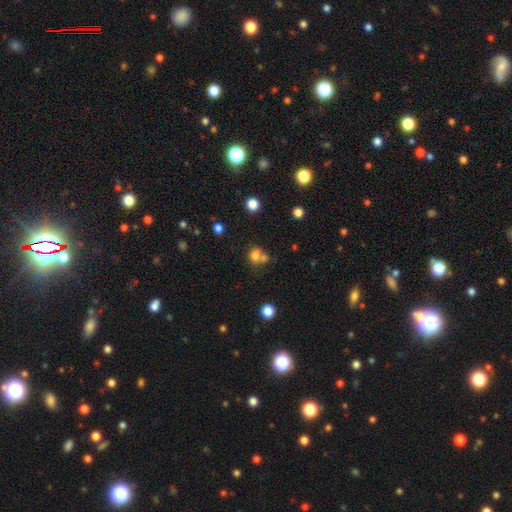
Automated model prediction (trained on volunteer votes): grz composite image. It shows a smooth galaxy with no disk features (73%) that is round (76%). Merging: merger (47%).